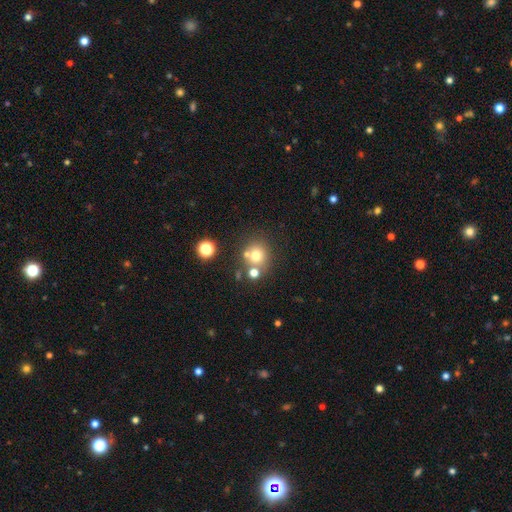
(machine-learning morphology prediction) The model was most divided on "merging": none: 63%, merger: 22%, minor disturbance: 10%, major disturbance: 5%. More confident: how rounded — round (87%); smooth or featured — smooth (70%).